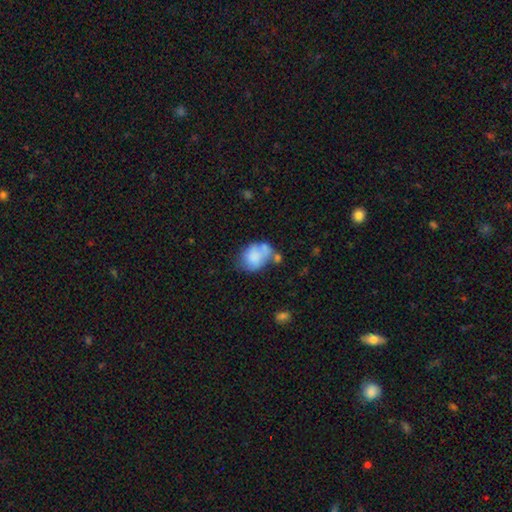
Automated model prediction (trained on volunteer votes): Overall: smooth (71%). How rounded: in between (59%; round 40%). Merging: merger (30%, tied with none).